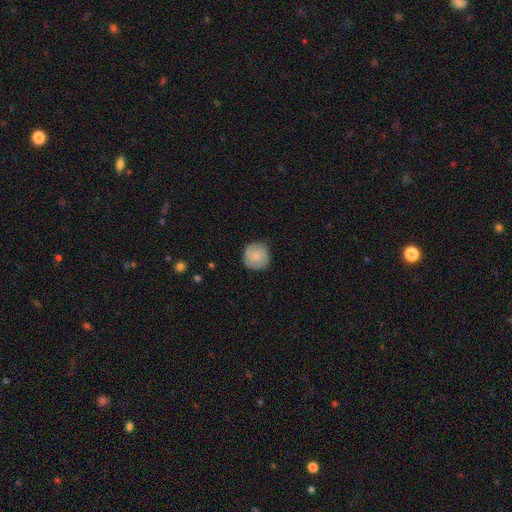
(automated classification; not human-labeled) Overall: smooth (78%). How rounded: round (93%). Merging: none (81%).